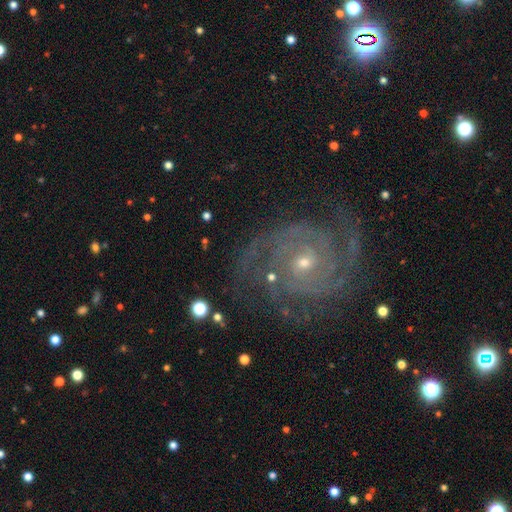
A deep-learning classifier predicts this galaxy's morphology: smooth-or-featured: featured or disk: 88% | star or artifact: 8% | smooth: 4%
  disk-edge-on: no: 98% | yes: 2%
    bar: no: 67% | weak: 25% | strong: 8%
    has-spiral-arms: yes: 98% | no: 2%
      spiral-winding: tight: 66% | medium: 29% | loose: 5%
      spiral-arm-count: 2: 31% | 3: 22% | can't tell: 17% | 4: 13% | more than 4: 9% | 1: 8%
    bulge-size: small: 68% | moderate: 29% | large: 1% | none: 1% | dominant: 1%
  merging: none: 78% | minor disturbance: 14% | major disturbance: 7% | merger: 2%